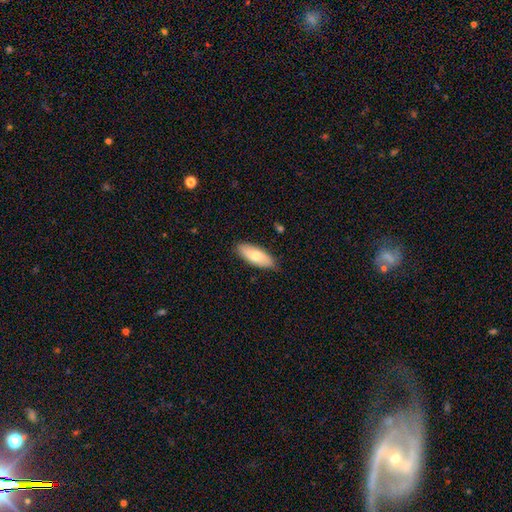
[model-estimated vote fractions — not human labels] A smooth galaxy with no disk features (73%) that is in between round and cigar-shaped (75%).

Vote fractions:
- Smooth or featured? smooth: 73% / featured or disk: 21% / star or artifact: 6%
- How rounded? in between: 75% / cigar-shaped: 22% / round: 2%
- Merging? none: 85% / minor disturbance: 12% / major disturbance: 2% / merger: 1%